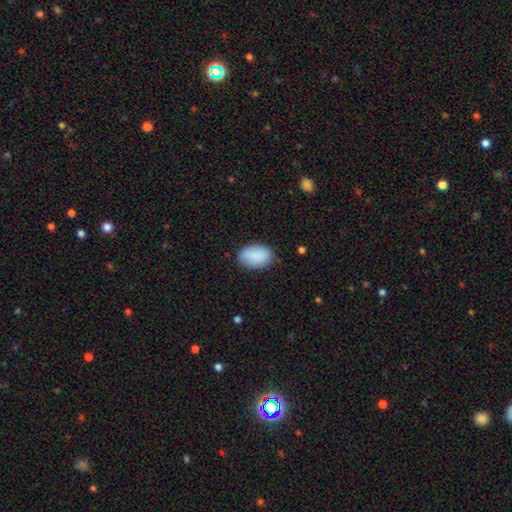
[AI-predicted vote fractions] smooth 88%, star or artifact 6%, featured or disk 5%. Down the decision tree: how rounded — in between (88%); merging — none (79%).